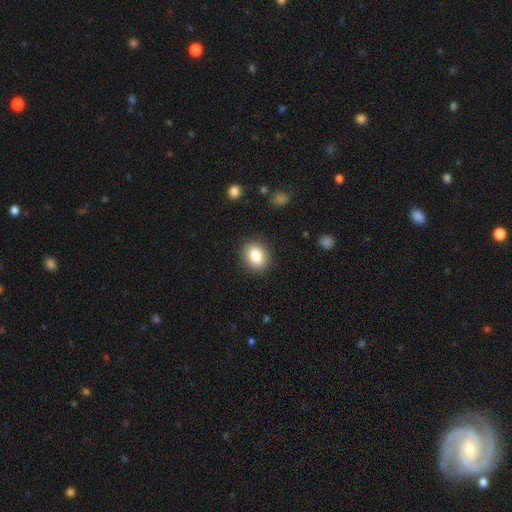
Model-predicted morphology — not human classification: smooth 83%, star or artifact 9%, featured or disk 8%. Down the decision tree: how rounded — round (51%); merging — none (89%).